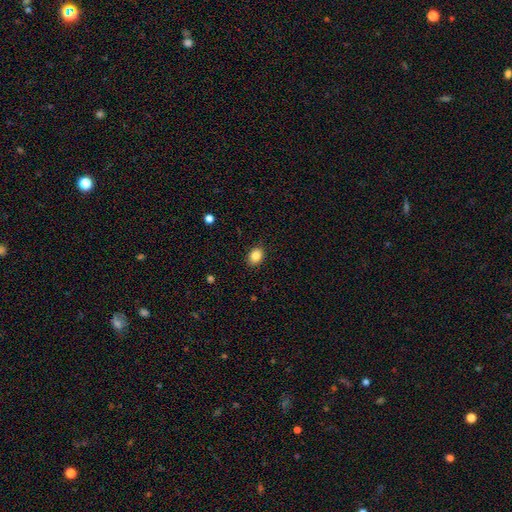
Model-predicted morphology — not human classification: Q: Smooth or featured?
A: smooth (85%); runner-up: star or artifact (9%)
Q: How rounded?
A: in between (62%); runner-up: round (37%)
Q: Merging?
A: none (89%); runner-up: minor disturbance (8%)